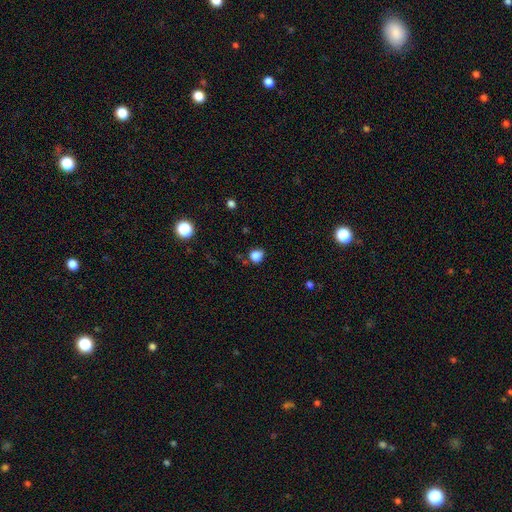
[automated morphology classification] Smooth or featured? smooth (84%)
How rounded? round (68%)
Merging? none (72%)